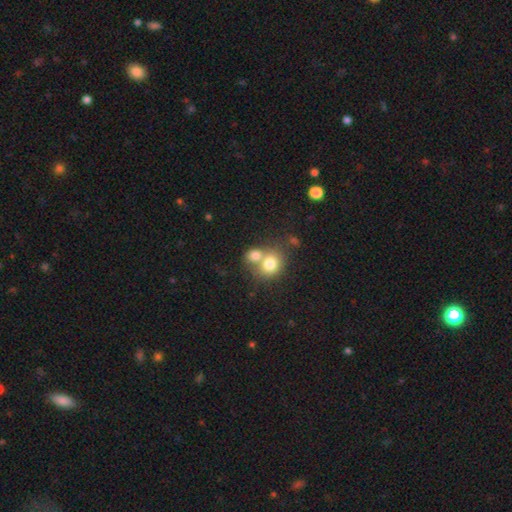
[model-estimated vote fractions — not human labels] Smooth or featured? Predicted: smooth (p=0.76). How rounded? Predicted: round (p=0.61). Merging? Predicted: merger (p=0.58).